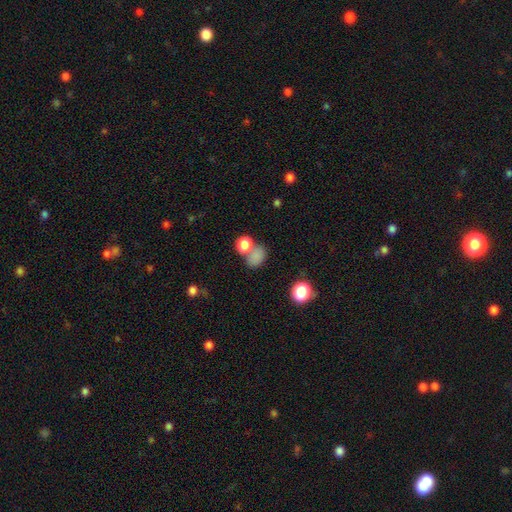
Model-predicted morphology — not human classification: Smooth or featured? smooth (79%)
How rounded? in between (59%)
Merging? none (46%)